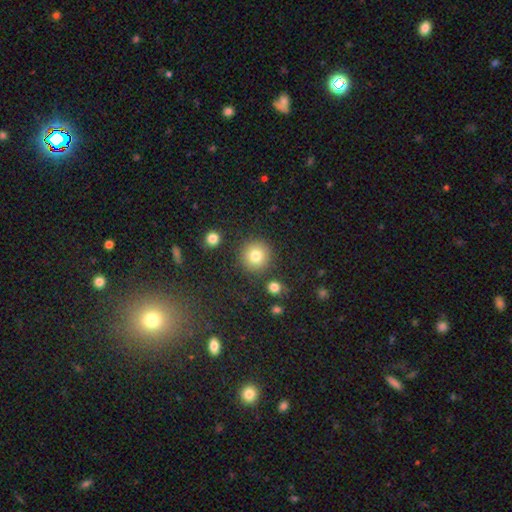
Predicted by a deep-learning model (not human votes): This appears to be a smooth galaxy with no disk features (80%) that is round (94%). Merging: none (86%).